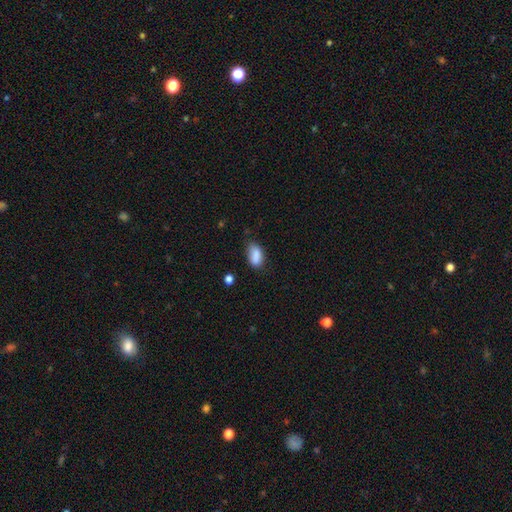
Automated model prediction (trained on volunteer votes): Overall: smooth (86%). How rounded: in between (90%). Merging: none (66%).